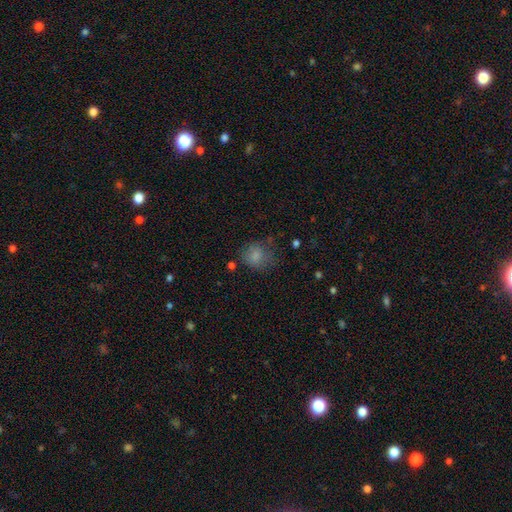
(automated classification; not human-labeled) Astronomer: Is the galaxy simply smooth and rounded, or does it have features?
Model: smooth — 79%.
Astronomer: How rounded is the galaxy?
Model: round — 71%.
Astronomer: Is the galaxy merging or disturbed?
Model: none — 56%.